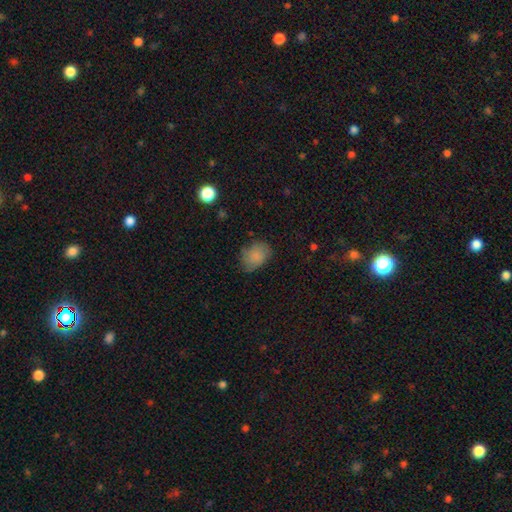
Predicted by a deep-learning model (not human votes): Overall: smooth (81%). How rounded: in between (67%; round 32%). Merging: none (67%).